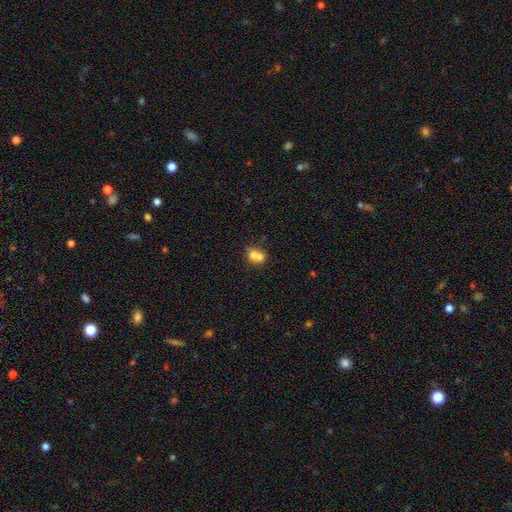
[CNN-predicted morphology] Q: Smooth or featured?
A: smooth (68%); runner-up: featured or disk (21%)
Q: How rounded?
A: round (63%); runner-up: in between (36%)
Q: Merging?
A: merger (65%); runner-up: none (25%)